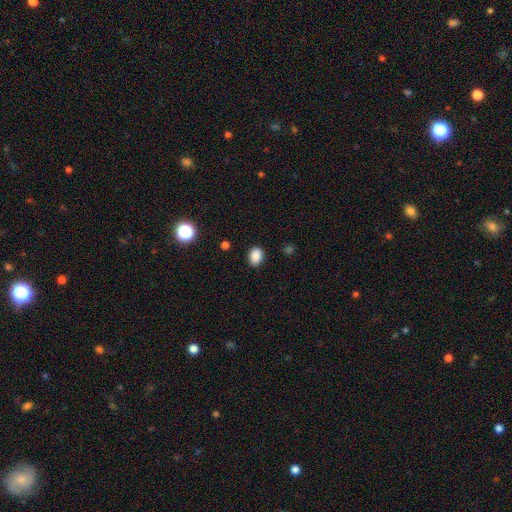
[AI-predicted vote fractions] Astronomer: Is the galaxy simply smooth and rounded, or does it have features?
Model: smooth — 87%.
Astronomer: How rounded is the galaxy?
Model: in between — 66%.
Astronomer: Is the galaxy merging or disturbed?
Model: none — 84%.